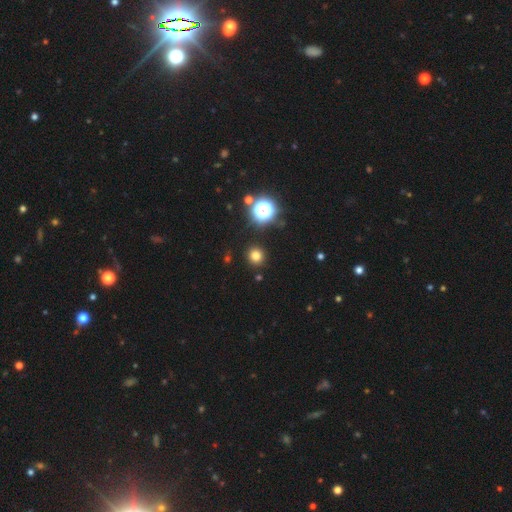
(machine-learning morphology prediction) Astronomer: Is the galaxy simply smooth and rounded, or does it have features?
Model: smooth — 76%.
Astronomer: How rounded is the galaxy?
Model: round — 93%.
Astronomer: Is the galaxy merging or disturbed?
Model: none — 92%.